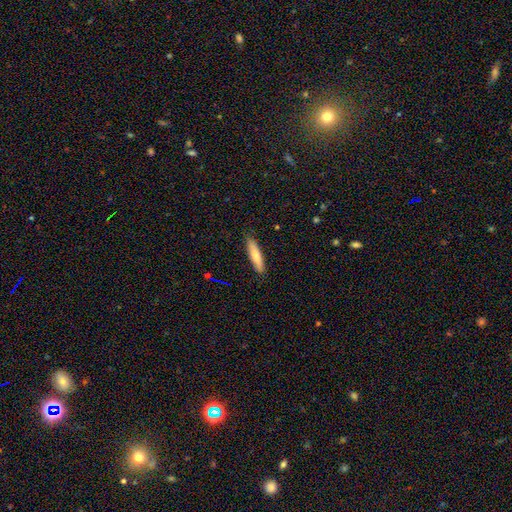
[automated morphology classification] Overall: smooth (76%). How rounded: cigar-shaped (82%). Merging: none (88%).